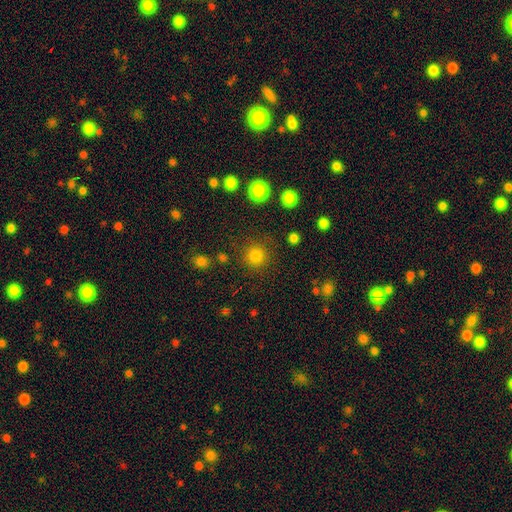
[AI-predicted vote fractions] This appears to be a smooth galaxy with no disk features (82%) that is round (94%). Merging: none (87%).